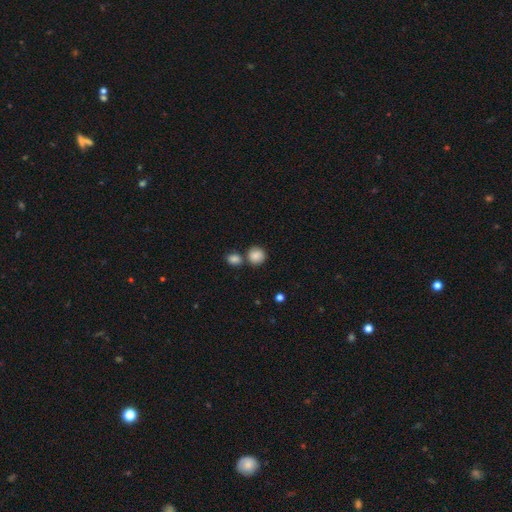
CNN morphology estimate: This appears to be a smooth galaxy with no disk features (87%) that is round (86%). Merging: none (63%).